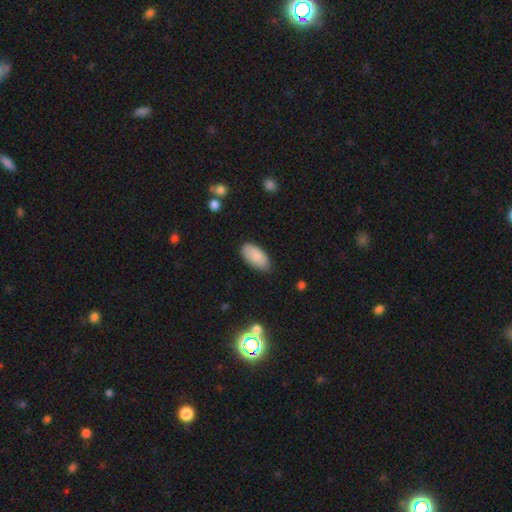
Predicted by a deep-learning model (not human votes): Smooth or featured? smooth (87%)
How rounded? in between (94%)
Merging? none (83%)